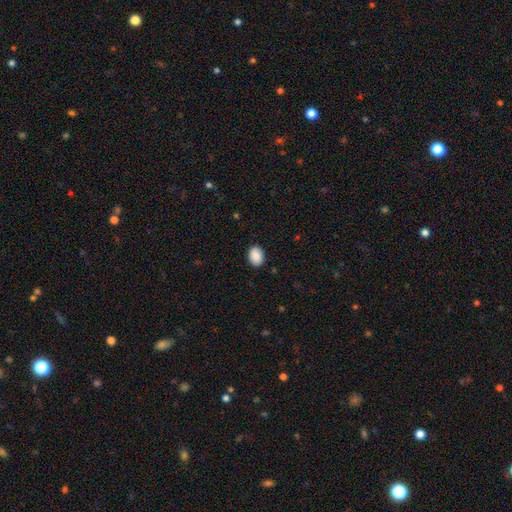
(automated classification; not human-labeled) Smooth or featured? smooth (90%)
How rounded? in between (76%)
Merging? none (88%)